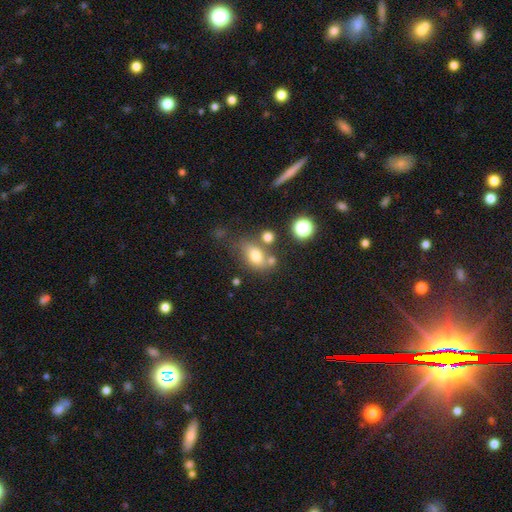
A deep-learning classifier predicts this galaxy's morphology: Smooth or featured? Predicted: smooth (p=0.72). How rounded? Predicted: in between (p=0.74). Merging? Predicted: none (p=0.54).